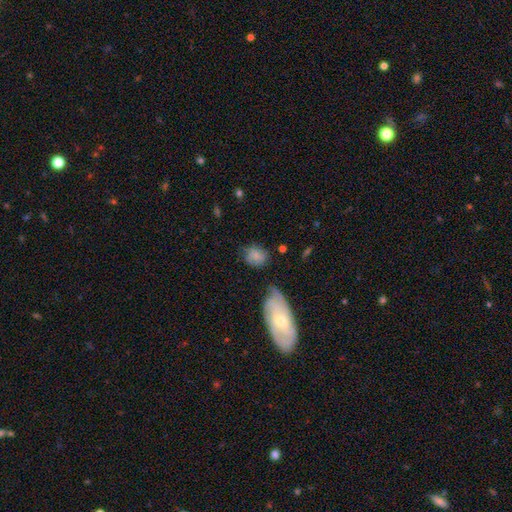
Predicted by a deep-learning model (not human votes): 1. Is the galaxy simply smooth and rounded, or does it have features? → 73% smooth, 18% featured or disk, 9% star or artifact.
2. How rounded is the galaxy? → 59% round, 39% in between, 2% cigar-shaped.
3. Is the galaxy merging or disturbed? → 58% none, 25% minor disturbance, 10% major disturbance, 7% merger.